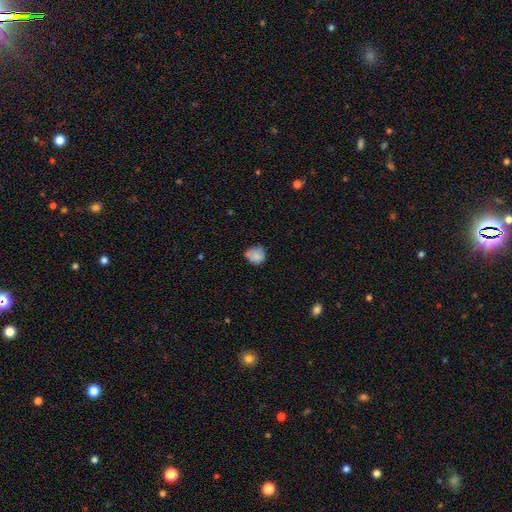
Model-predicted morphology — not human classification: type=smooth (82%); roundness=round (80%); merging=none (61%).